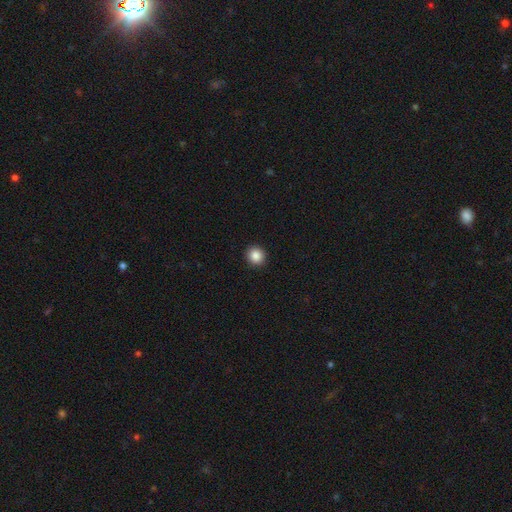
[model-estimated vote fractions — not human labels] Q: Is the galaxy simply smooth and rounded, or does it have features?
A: smooth — 87%.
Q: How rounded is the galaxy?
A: round — 91%.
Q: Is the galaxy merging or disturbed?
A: none — 93%.